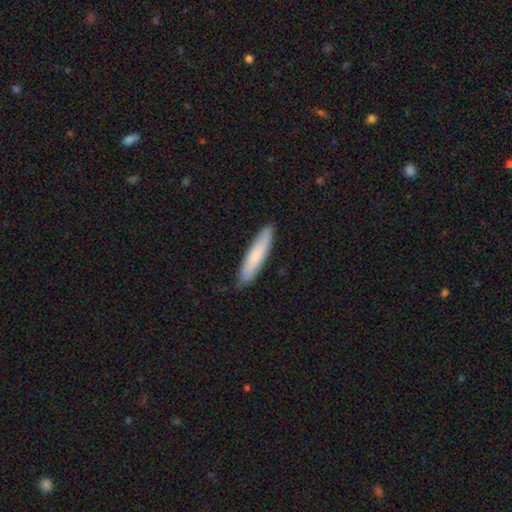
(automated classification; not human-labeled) Morphology: type=smooth (78%); roundness=cigar-shaped (84%); merging=none (85%).